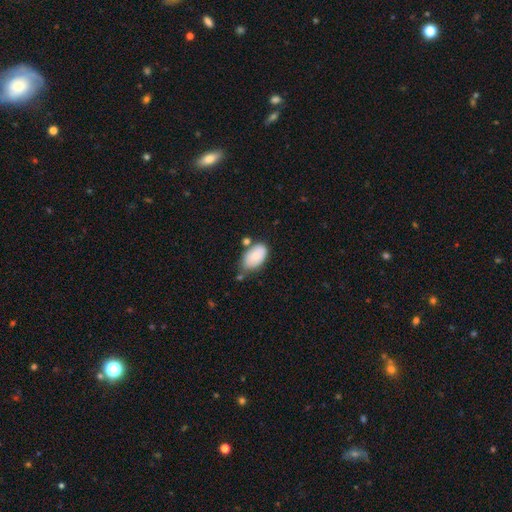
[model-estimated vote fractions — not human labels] A smooth galaxy with no disk features (79%) that is in between round and cigar-shaped (94%). Merging: none (52%).